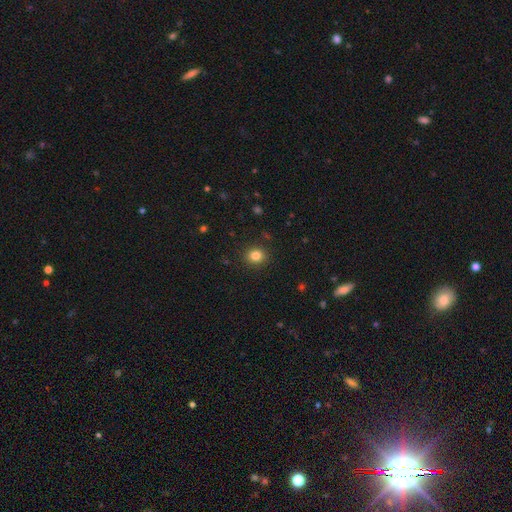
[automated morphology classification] The model was most divided on "how rounded": round: 79%, in between: 20%, cigar-shaped: 1%. More confident: merging — none (90%); smooth or featured — smooth (83%).